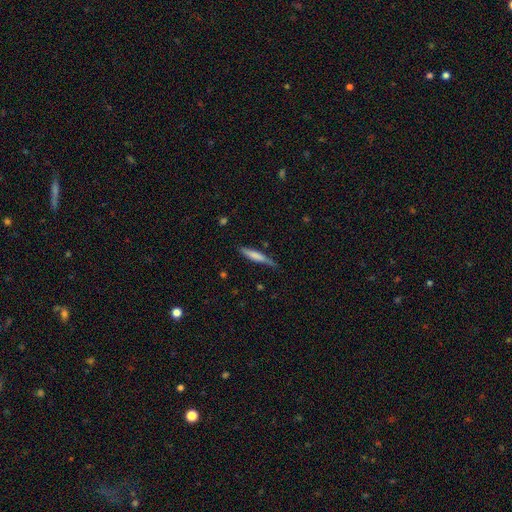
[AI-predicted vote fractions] Morphology: type=smooth (67%); roundness=cigar-shaped (90%); merging=none (71%).